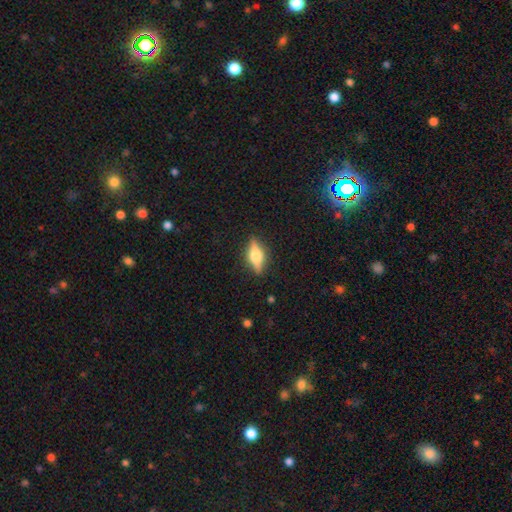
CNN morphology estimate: smooth-or-featured: featured or disk: 57% | smooth: 36% | star or artifact: 7%
  disk-edge-on: yes: 93% | no: 7%
    edge-on-bulge: rounded: 92% | boxy: 6% | none: 2%
  merging: none: 87% | minor disturbance: 9% | major disturbance: 2% | merger: 1%